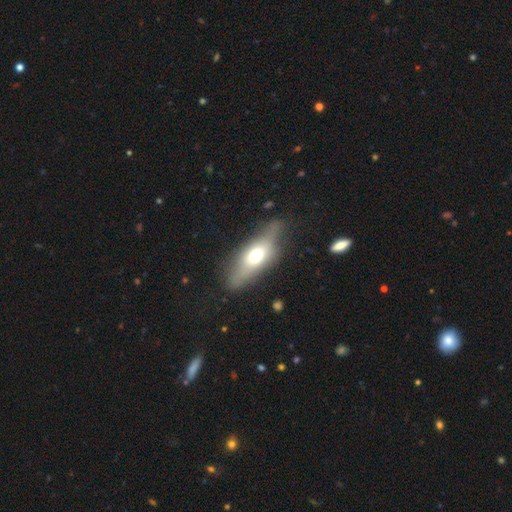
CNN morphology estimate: smooth 54%, featured or disk 38%, star or artifact 8%. Down the decision tree: how rounded — in between (64%); merging — none (63%).